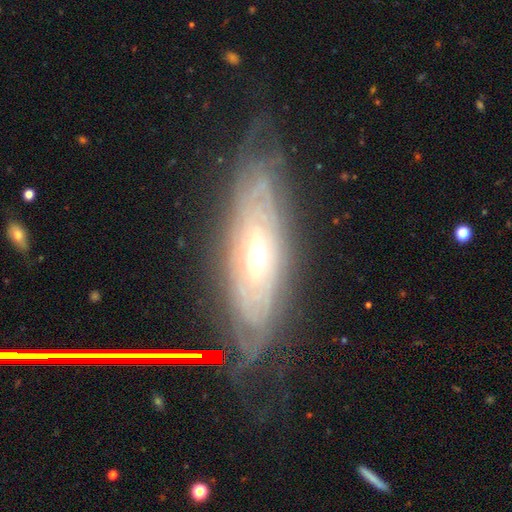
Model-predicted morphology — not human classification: A featured or disk galaxy (84%) with no bar (60%), tight (80%) spiral arms (84%) and a moderate central bulge (65%).

Vote fractions:
- Smooth or featured? featured or disk: 84% / smooth: 10% / star or artifact: 7%
- Edge-on disk? no: 74% / yes: 26%
- Bar? no: 60% / weak: 27% / strong: 13%
- Spiral arms? yes: 84% / no: 16%
- Spiral winding? tight: 80% / medium: 15% / loose: 5%
- Spiral arm count? can't tell: 68% / 2: 10% / more than 4: 7% / 3: 6% / 4: 6% / 1: 4%
- Bulge size? moderate: 65% / small: 26% / large: 7% / dominant: 1% / none: 1%
- Merging? none: 72% / minor disturbance: 18% / major disturbance: 8% / merger: 2%